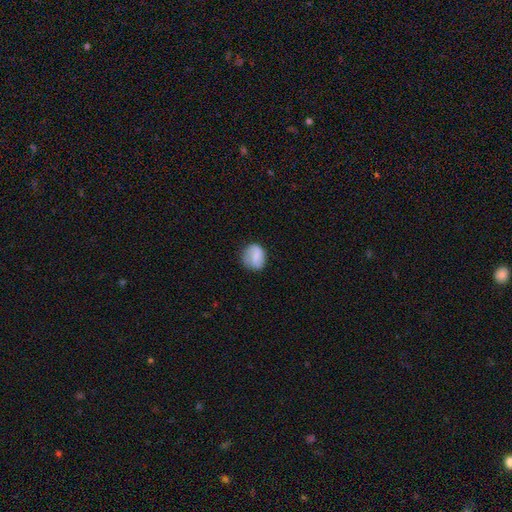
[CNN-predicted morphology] Smooth or featured?
  - smooth: 68% *
  - featured or disk: 24%
  - star or artifact: 8%
How rounded?
  - round: 70% *
  - in between: 28%
  - cigar-shaped: 1%
Merging?
  - none: 71% *
  - minor disturbance: 20%
  - major disturbance: 7%
  - merger: 2%